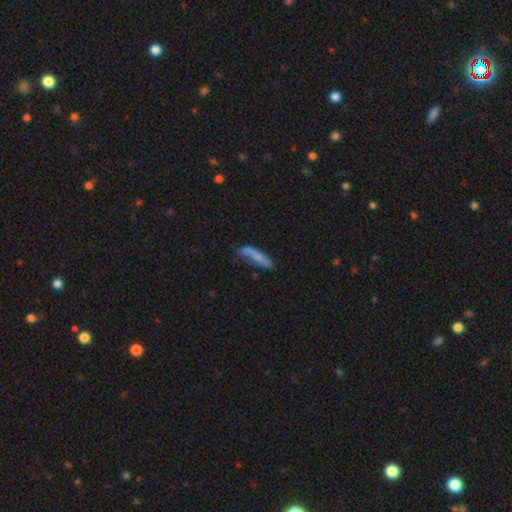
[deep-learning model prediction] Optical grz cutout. It shows a smooth galaxy with no disk features (67%) that is cigar-shaped (80%). Merging: none (49%).